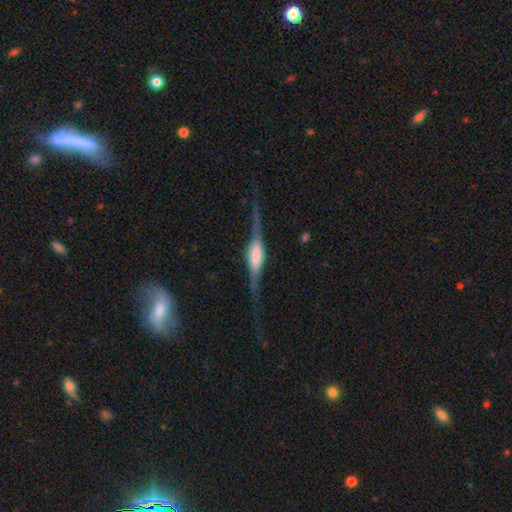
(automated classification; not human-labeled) This is likely a featured or disk galaxy (79%). It is clearly viewed edge-on (96%). Edge-on bulge: possibly rounded (54%). Merging: likely none (76%).